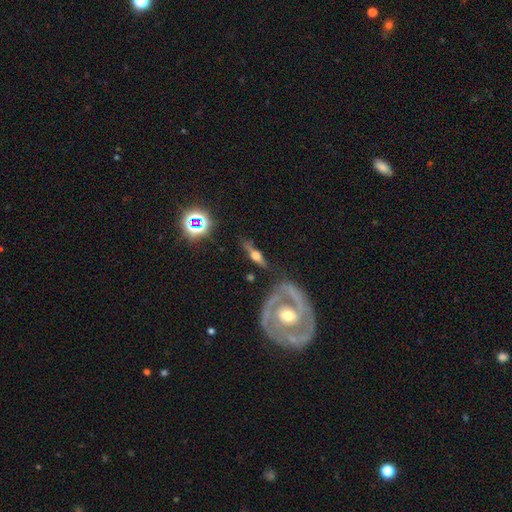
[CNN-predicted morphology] featured or disk 68%, smooth 24%, star or artifact 8%. Down the decision tree: edge-on disk — yes (80%); edge-on bulge — rounded (92%); merging — none (68%).